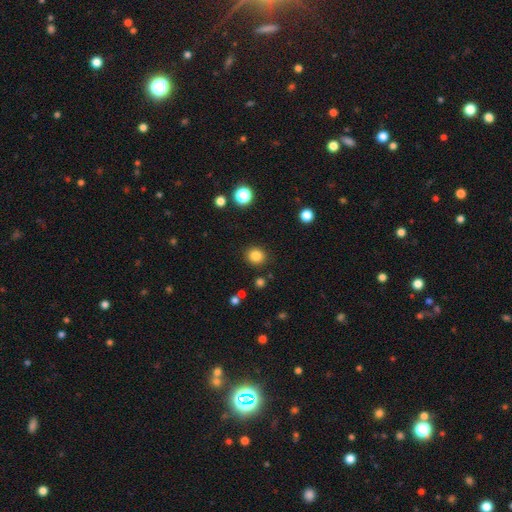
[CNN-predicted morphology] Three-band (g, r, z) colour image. It shows a smooth galaxy with no disk features (84%) that is round (86%). Merging: none (89%).